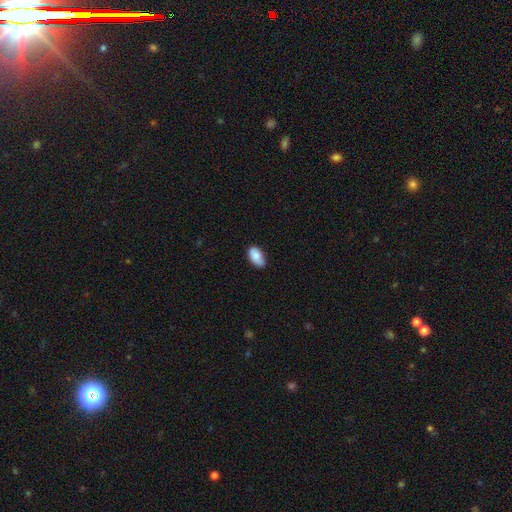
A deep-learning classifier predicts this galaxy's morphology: smooth-or-featured: smooth: 85% | featured or disk: 8% | star or artifact: 7%
  how-rounded: in between: 94% | round: 4% | cigar-shaped: 2%
  merging: none: 71% | minor disturbance: 25% | major disturbance: 3% | merger: 1%